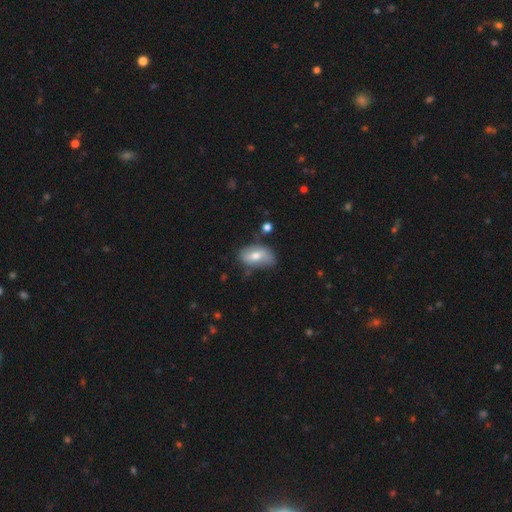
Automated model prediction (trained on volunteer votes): Smooth or featured? smooth (63%)
How rounded? in between (91%)
Merging? none (62%)